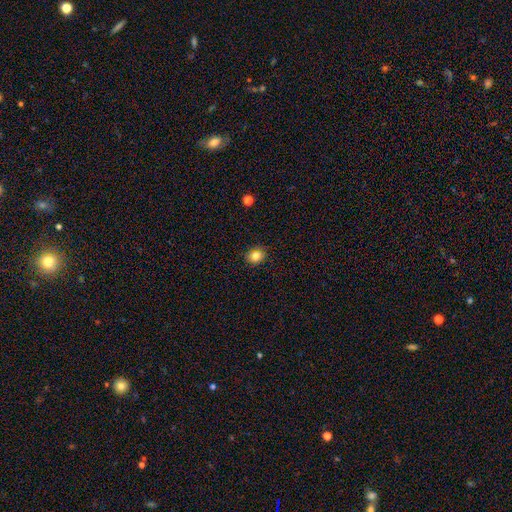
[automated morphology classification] The model was most divided on "how rounded": round: 61%, in between: 38%, cigar-shaped: 1%. More confident: merging — none (86%); smooth or featured — smooth (83%).